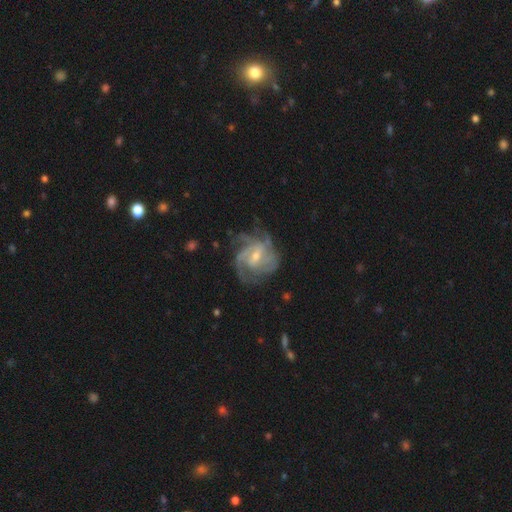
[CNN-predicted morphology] Smooth or featured? featured or disk (88%)
Edge-on disk? no (98%)
Bar? weak (54%)
Spiral arms? yes (96%)
Spiral winding? tight (47%)
Spiral arm count? 3 (30%)
Bulge size? small (55%)
Merging? none (65%)